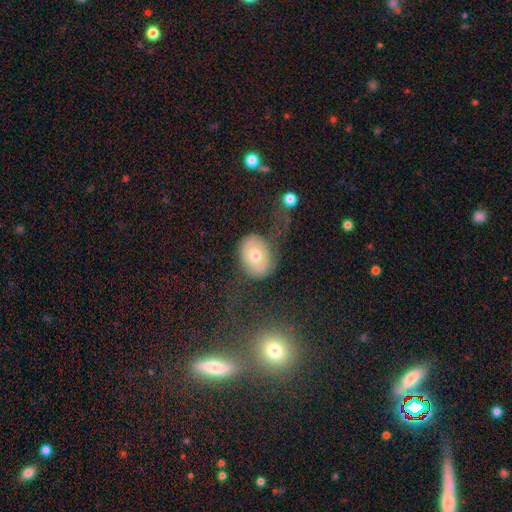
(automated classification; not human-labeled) Smooth or featured: smooth — 56% (featured or disk — 36%)
How rounded: in between — 71% (round — 28%)
Merging: none — 51% (major disturbance — 25%)